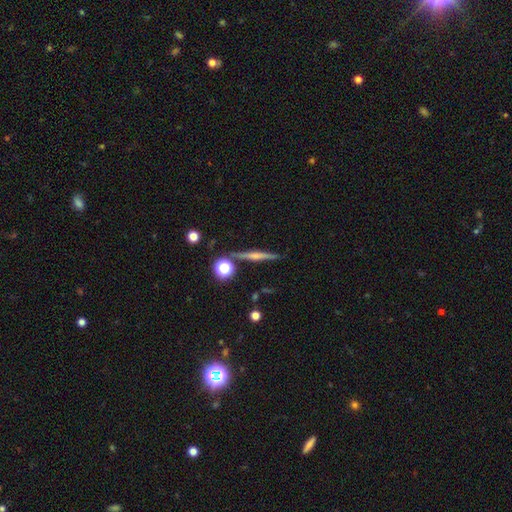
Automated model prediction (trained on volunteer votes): Q: Smooth or featured?
A: featured or disk (64%); runner-up: smooth (26%)
Q: Edge-on disk?
A: yes (97%); runner-up: no (3%)
Q: Edge-on bulge?
A: rounded (70%); runner-up: none (19%)
Q: Merging?
A: none (88%); runner-up: minor disturbance (7%)